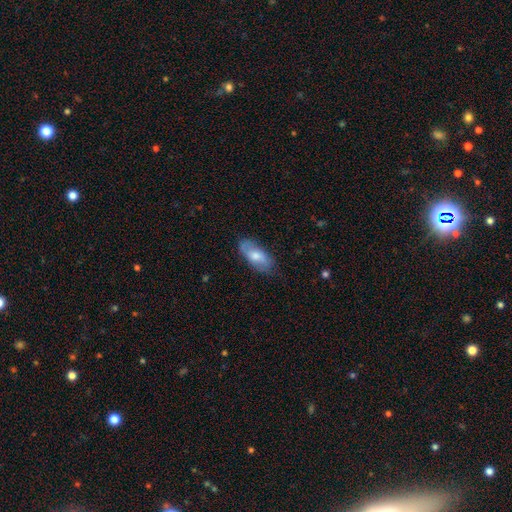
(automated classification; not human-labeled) Smooth or featured?
  - smooth: 65% *
  - featured or disk: 29%
  - star or artifact: 6%
How rounded?
  - in between: 83% *
  - cigar-shaped: 14%
  - round: 3%
Merging?
  - none: 74% *
  - minor disturbance: 20%
  - major disturbance: 5%
  - merger: 1%